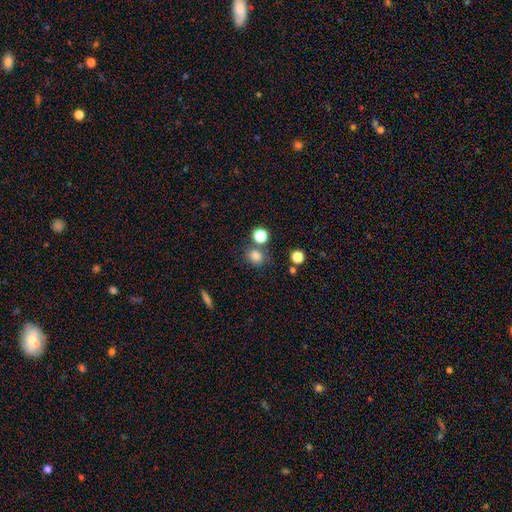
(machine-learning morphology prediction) Overall: smooth (80%). How rounded: round (63%; in between 36%). Merging: none (70%).